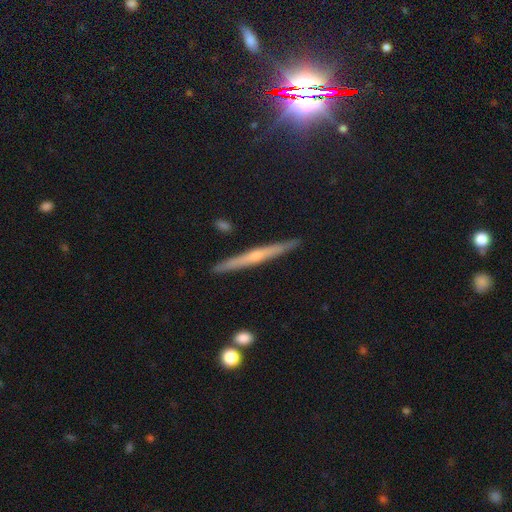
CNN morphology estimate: Smooth or featured?
  - featured or disk: 64% *
  - smooth: 28%
  - star or artifact: 7%
Edge-on disk?
  - yes: 97% *
  - no: 3%
Edge-on bulge?
  - rounded: 57% *
  - none: 37%
  - boxy: 5%
Merging?
  - none: 90% *
  - minor disturbance: 7%
  - merger: 2%
  - major disturbance: 1%